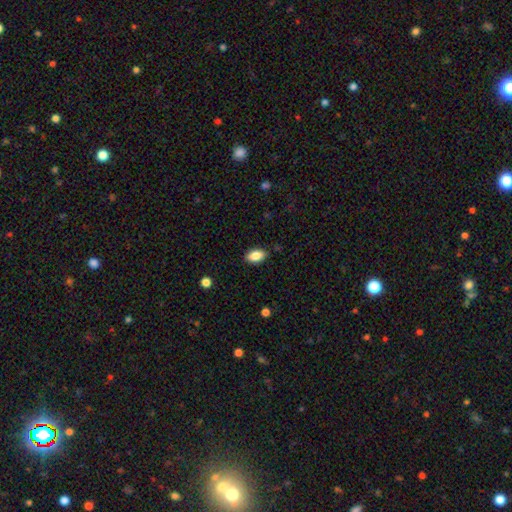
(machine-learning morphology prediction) type=smooth (85%); roundness=in between (91%); merging=none (87%).